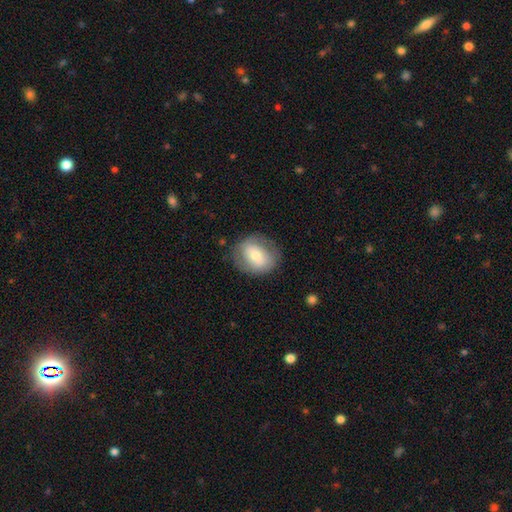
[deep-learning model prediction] Morphology: type=smooth (61%); roundness=round (54%); merging=none (77%).